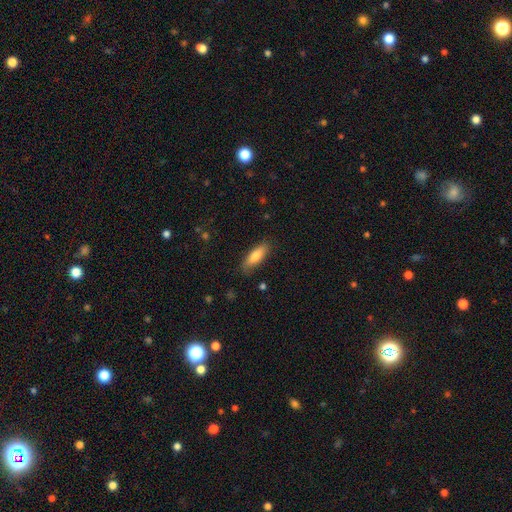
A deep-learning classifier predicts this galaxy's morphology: Smooth or featured? smooth (76%)
How rounded? in between (50%)
Merging? none (83%)